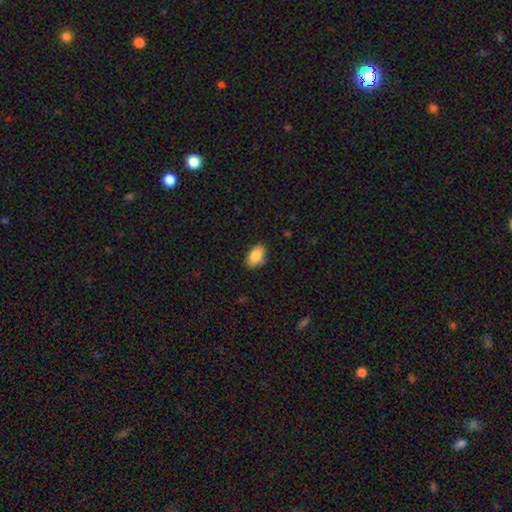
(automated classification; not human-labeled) Overall: smooth (85%). How rounded: in between (92%). Merging: none (81%).